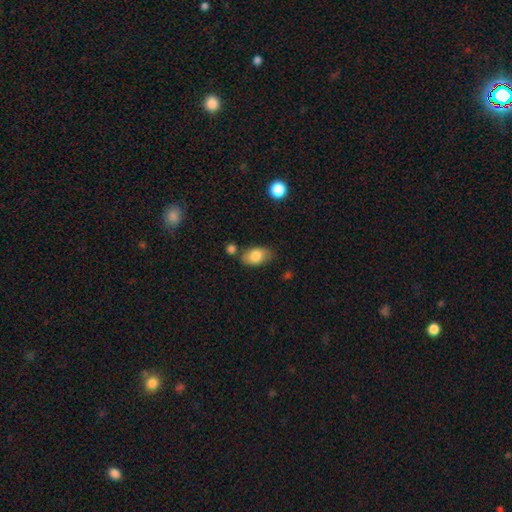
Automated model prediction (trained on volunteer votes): A smooth galaxy with no disk features (81%) that is in between round and cigar-shaped (91%).

Vote fractions:
- Smooth or featured? smooth: 81% / featured or disk: 12% / star or artifact: 7%
- How rounded? in between: 91% / round: 7% / cigar-shaped: 2%
- Merging? none: 73% / minor disturbance: 16% / merger: 7% / major disturbance: 4%